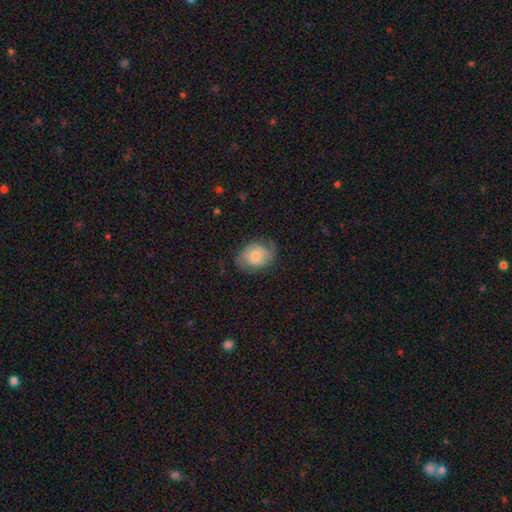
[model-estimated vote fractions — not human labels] A smooth galaxy with no disk features (56%) that is in between round and cigar-shaped (63%). Merging: none (61%).